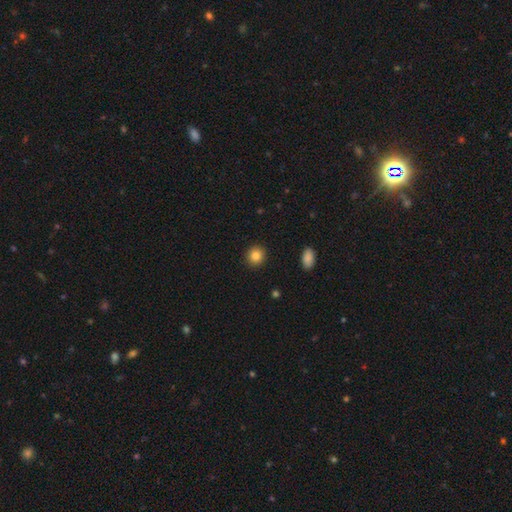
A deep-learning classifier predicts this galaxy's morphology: Q: Smooth or featured?
A: smooth (84%); runner-up: star or artifact (10%)
Q: How rounded?
A: round (85%); runner-up: in between (14%)
Q: Merging?
A: none (92%); runner-up: minor disturbance (5%)